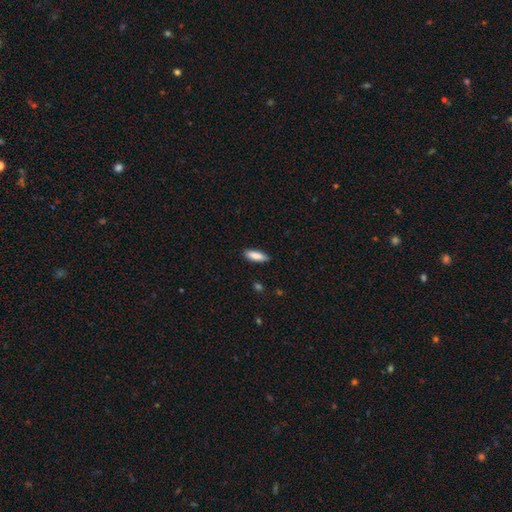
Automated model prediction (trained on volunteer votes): A smooth galaxy with no disk features (86%) that is in between round and cigar-shaped (58%). Merging: none (86%).